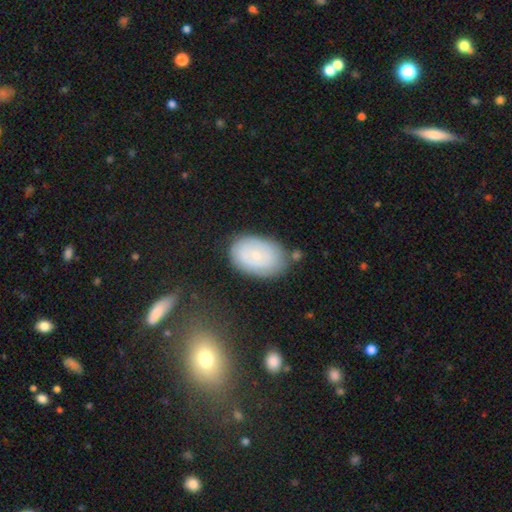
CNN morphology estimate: Smooth or featured? smooth (53%)
How rounded? in between (88%)
Merging? none (71%)